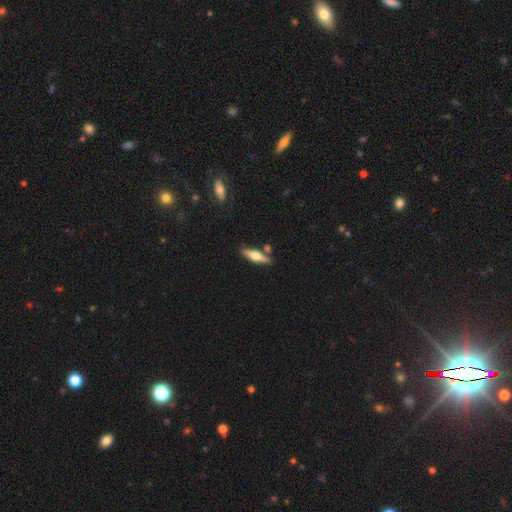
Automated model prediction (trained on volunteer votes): Smooth or featured? Predicted: featured or disk (p=0.53). Edge-on disk? Predicted: yes (p=0.93). Merging? Predicted: none (p=0.81).